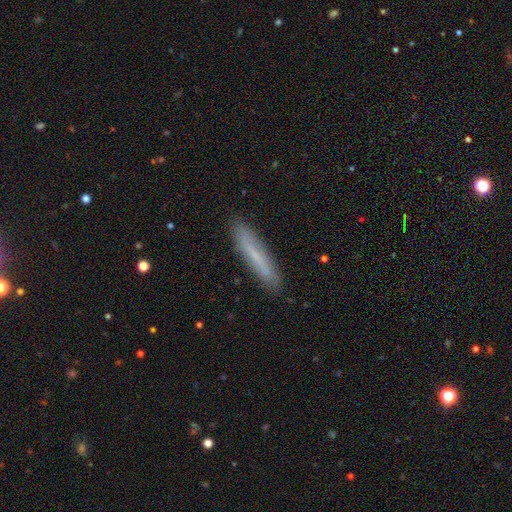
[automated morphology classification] Overall: smooth (61%; featured or disk 31%). How rounded: cigar-shaped (91%). Merging: none (88%).